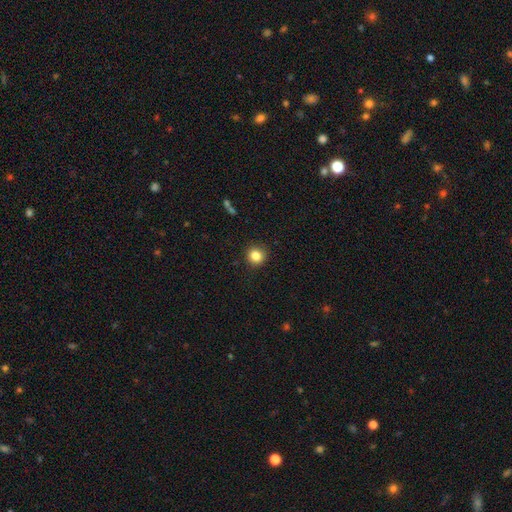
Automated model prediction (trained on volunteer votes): Smooth or featured? Predicted: smooth (p=0.84). How rounded? Predicted: round (p=0.91). Merging? Predicted: none (p=0.91).